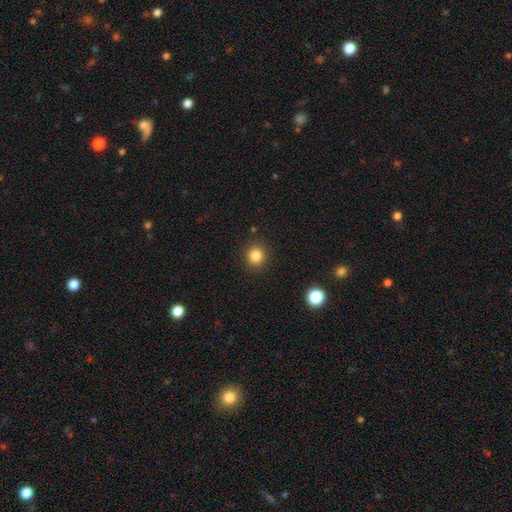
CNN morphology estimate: smooth-or-featured: smooth: 84% | star or artifact: 12% | featured or disk: 5%
  how-rounded: round: 89% | in between: 10% | cigar-shaped: 1%
  merging: none: 90% | minor disturbance: 7% | major disturbance: 2% | merger: 1%